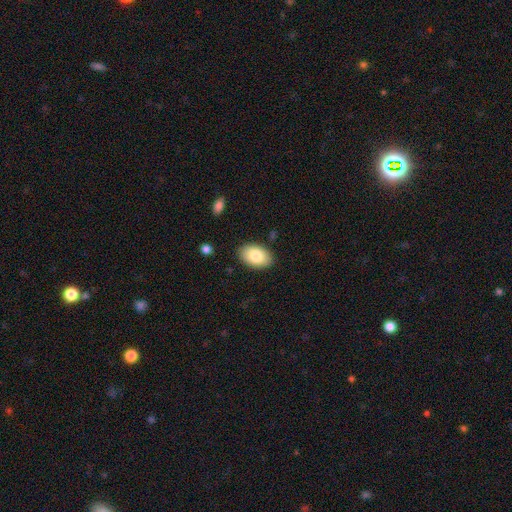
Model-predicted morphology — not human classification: This is clearly a smooth galaxy (84%). How rounded: clearly in between (93%). Merging: clearly none (87%).